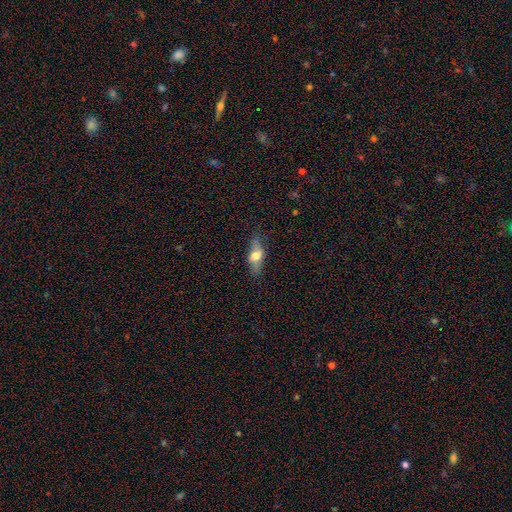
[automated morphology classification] A smooth galaxy with no disk features (54%) that is in between round and cigar-shaped (67%).

Vote fractions:
- Smooth or featured? smooth: 54% / featured or disk: 38% / star or artifact: 8%
- How rounded? in between: 67% / cigar-shaped: 26% / round: 7%
- Merging? none: 78% / minor disturbance: 16% / major disturbance: 5% / merger: 1%